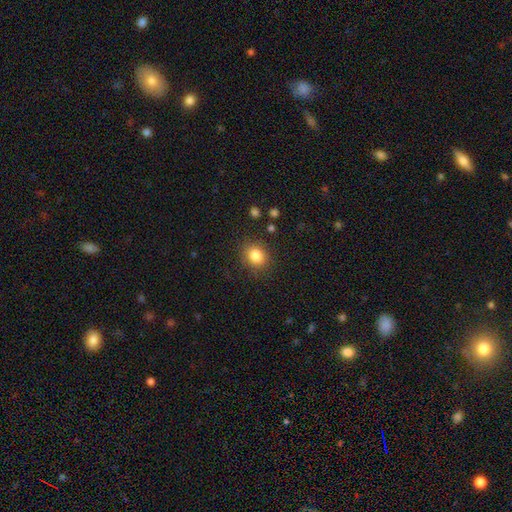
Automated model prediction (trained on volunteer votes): Morphology: type=smooth (84%); roundness=round (74%); merging=none (86%).